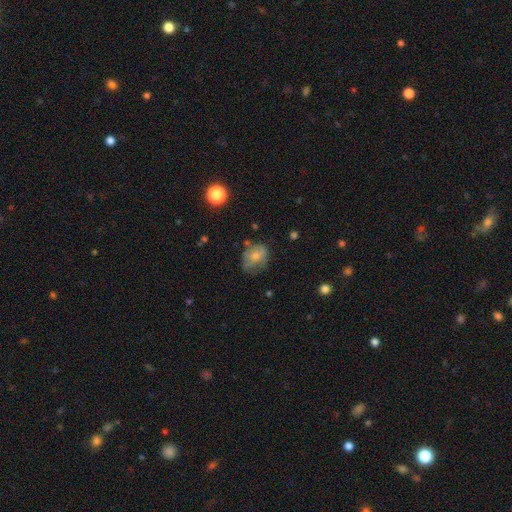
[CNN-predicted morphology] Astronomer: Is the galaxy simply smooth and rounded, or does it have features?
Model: smooth — 67%.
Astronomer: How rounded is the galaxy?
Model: in between — 57% (runner-up: round, 41%).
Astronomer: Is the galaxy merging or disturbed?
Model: none — 49% (runner-up: minor disturbance, 31%).